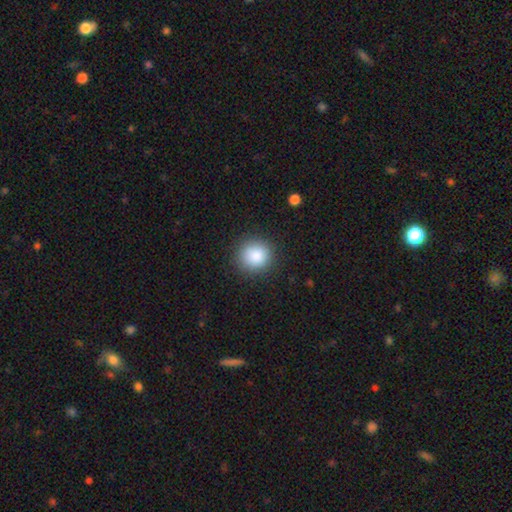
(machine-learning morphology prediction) A smooth galaxy with no disk features (86%) that is round (91%).

Vote fractions:
- Smooth or featured? smooth: 86% / star or artifact: 9% / featured or disk: 4%
- How rounded? round: 91% / in between: 8% / cigar-shaped: 1%
- Merging? none: 89% / minor disturbance: 7% / major disturbance: 2% / merger: 1%